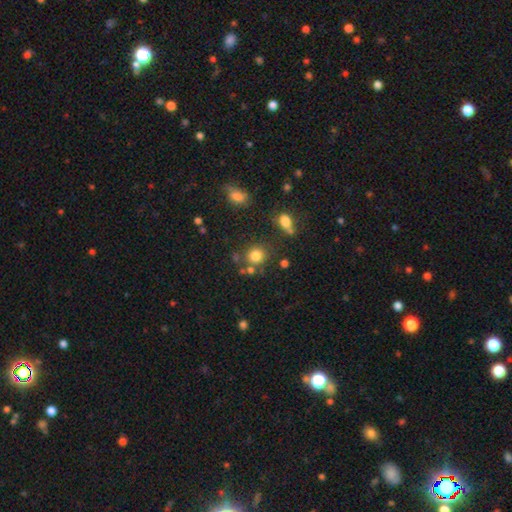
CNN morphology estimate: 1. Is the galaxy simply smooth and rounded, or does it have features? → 79% smooth, 14% star or artifact, 7% featured or disk.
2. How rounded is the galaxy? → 86% round, 13% in between, 1% cigar-shaped.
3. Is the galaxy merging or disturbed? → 71% none, 13% merger, 11% minor disturbance, 5% major disturbance.